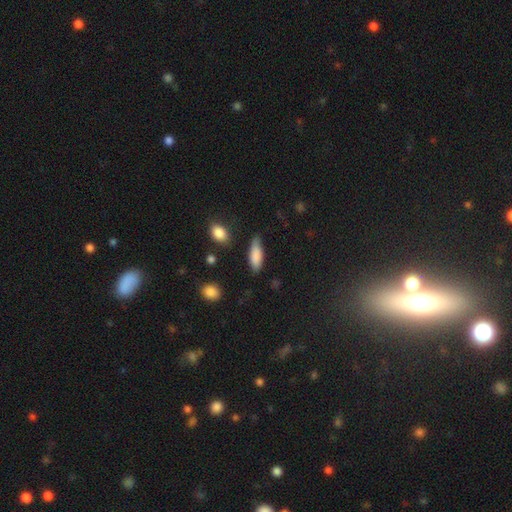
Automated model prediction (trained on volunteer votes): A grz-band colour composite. It shows a smooth galaxy with no disk features (84%) that is in between round and cigar-shaped (68%). Merging: none (65%).